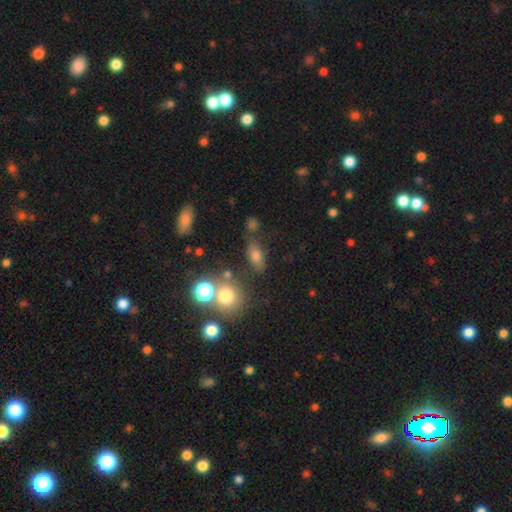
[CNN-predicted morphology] Smooth or featured?
  - smooth: 69% *
  - star or artifact: 17%
  - featured or disk: 14%
How rounded?
  - in between: 71% *
  - round: 20%
  - cigar-shaped: 10%
Merging?
  - none: 65% *
  - minor disturbance: 16%
  - merger: 13%
  - major disturbance: 6%